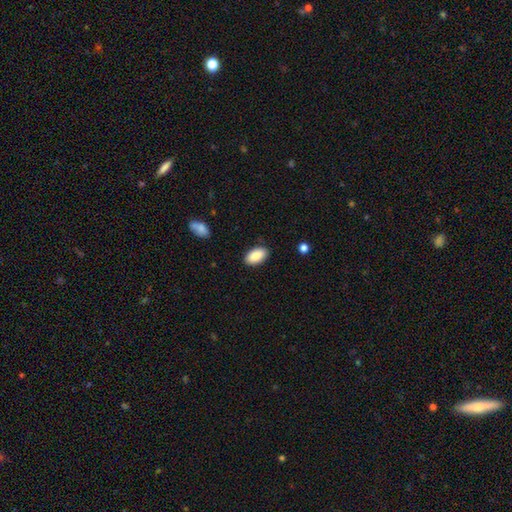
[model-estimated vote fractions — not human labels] A smooth galaxy with no disk features (87%) that is in between round and cigar-shaped (95%). Merging: none (88%).